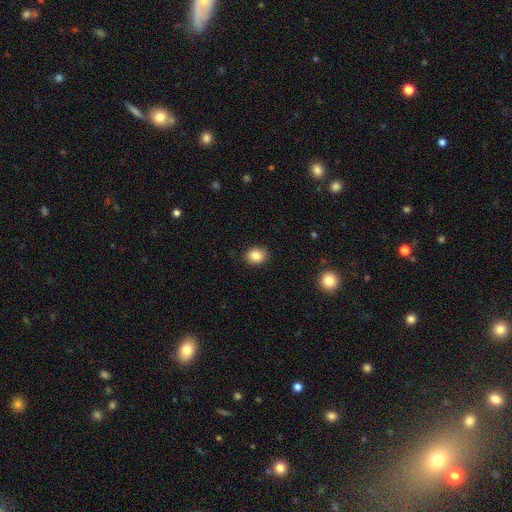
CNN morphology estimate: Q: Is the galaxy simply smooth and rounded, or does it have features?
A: smooth — 86%.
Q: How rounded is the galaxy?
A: round — 60%.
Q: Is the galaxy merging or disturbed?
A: none — 89%.